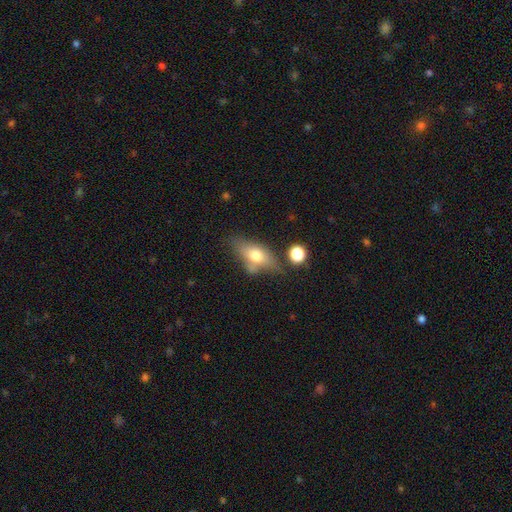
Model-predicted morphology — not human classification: Smooth or featured? Predicted: smooth (p=0.60). How rounded? Predicted: in between (p=0.76). Merging? Predicted: none (p=0.52).